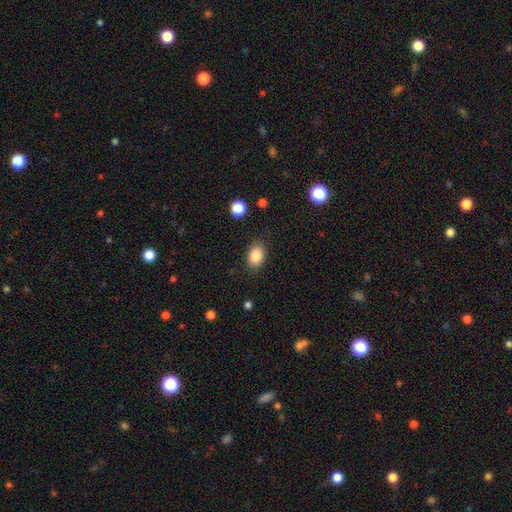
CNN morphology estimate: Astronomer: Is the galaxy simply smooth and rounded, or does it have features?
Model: smooth — 86%.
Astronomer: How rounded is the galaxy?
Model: in between — 72%.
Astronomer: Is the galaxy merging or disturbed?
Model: none — 85%.